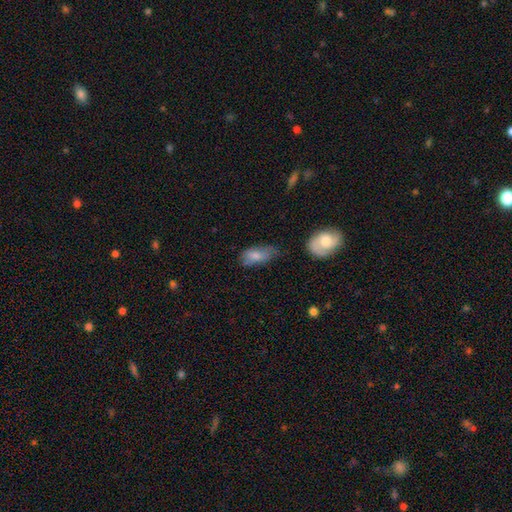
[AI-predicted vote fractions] A smooth galaxy with no disk features (75%) that is in between round and cigar-shaped (88%). Merging: none (47%).